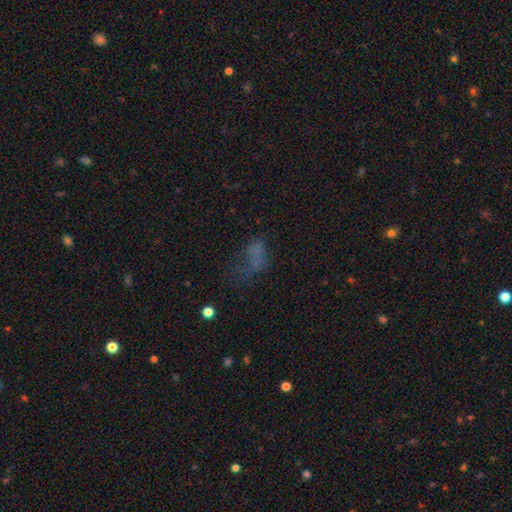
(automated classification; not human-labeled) This is possibly a smooth galaxy (50%). Merging: marginally major disturbance (42%).